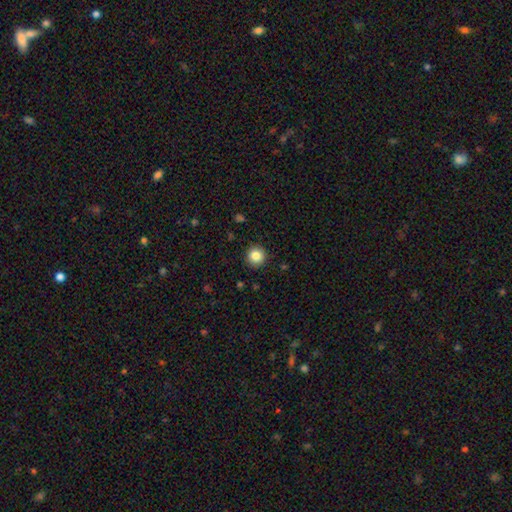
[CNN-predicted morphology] smooth 84%, star or artifact 10%, featured or disk 5%. Down the decision tree: how rounded — round (95%); merging — none (92%).